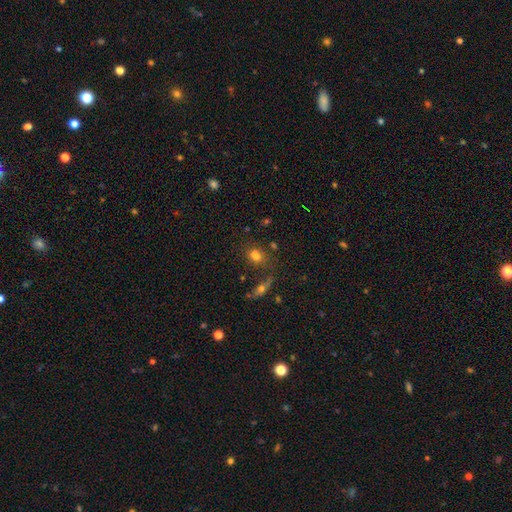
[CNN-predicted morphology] smooth_or_featured: smooth (p=0.67) [alt: star or artifact p=0.18]
how_rounded: in between (p=0.51) [alt: round p=0.45]
merging: none (p=0.44) [alt: merger p=0.36]